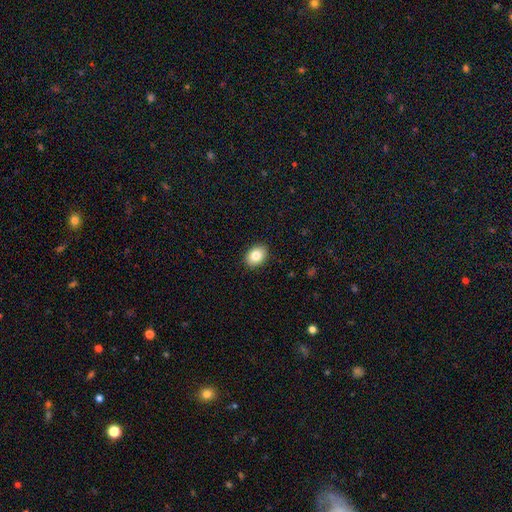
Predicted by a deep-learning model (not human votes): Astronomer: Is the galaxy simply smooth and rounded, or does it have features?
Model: smooth — 84%.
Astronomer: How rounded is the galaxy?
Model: in between — 72%.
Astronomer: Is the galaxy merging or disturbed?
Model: none — 90%.